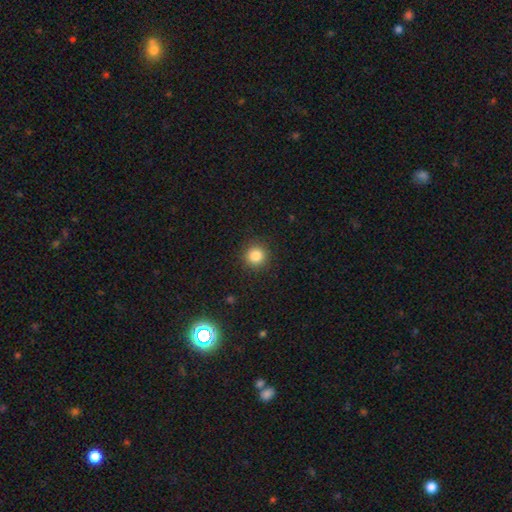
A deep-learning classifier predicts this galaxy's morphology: smooth 84%, star or artifact 11%, featured or disk 5%. Down the decision tree: how rounded — round (94%); merging — none (91%).